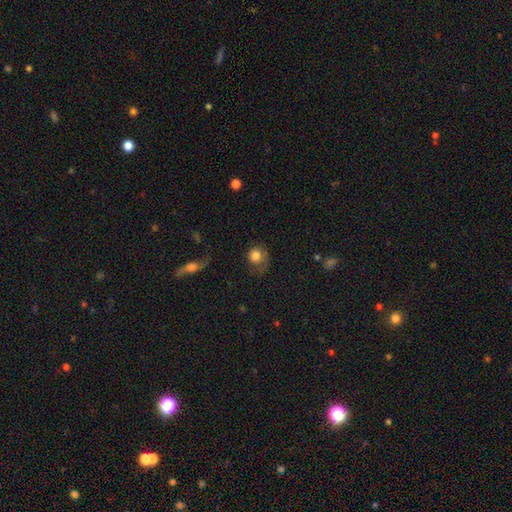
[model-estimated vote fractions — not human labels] Smooth or featured? Predicted: smooth (p=0.76). How rounded? Predicted: round (p=0.77). Merging? Predicted: none (p=0.47).